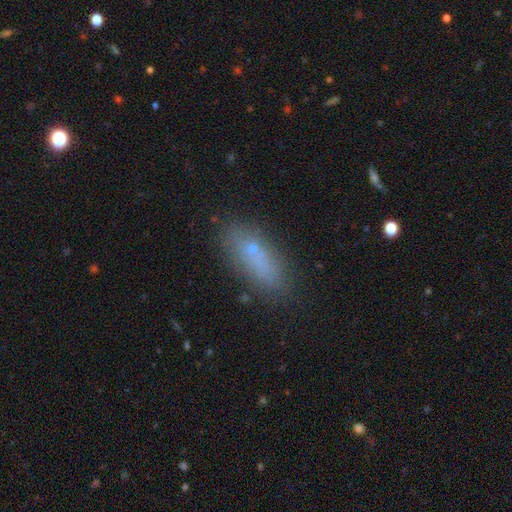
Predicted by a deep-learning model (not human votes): smooth_or_featured: smooth (p=0.68) [alt: featured or disk p=0.18]
how_rounded: in between (p=0.68) [alt: cigar-shaped p=0.26]
merging: none (p=0.74) [alt: minor disturbance p=0.16]